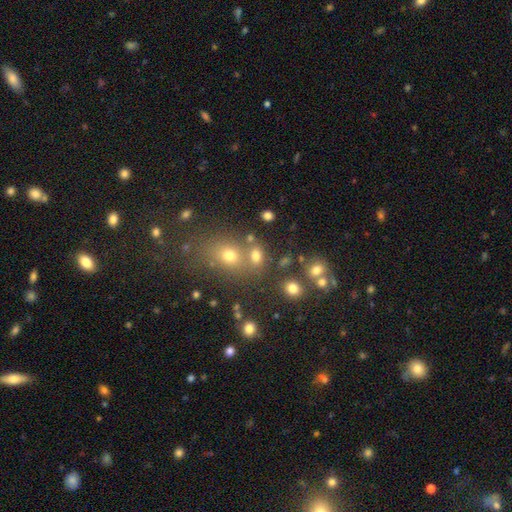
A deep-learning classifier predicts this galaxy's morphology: The model was most divided on "how rounded": in between: 59%, round: 39%, cigar-shaped: 2%. More confident: smooth or featured — smooth (69%); merging — none (55%).